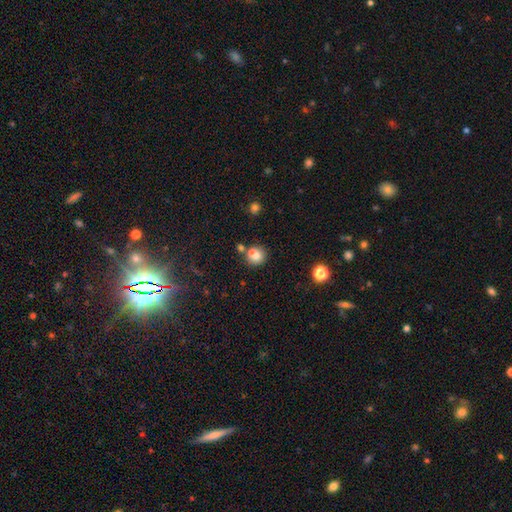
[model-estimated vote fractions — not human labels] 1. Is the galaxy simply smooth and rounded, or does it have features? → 78% smooth, 12% star or artifact, 10% featured or disk.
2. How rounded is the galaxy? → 77% round, 22% in between, 1% cigar-shaped.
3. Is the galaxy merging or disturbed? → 60% none, 24% merger, 13% minor disturbance, 4% major disturbance.